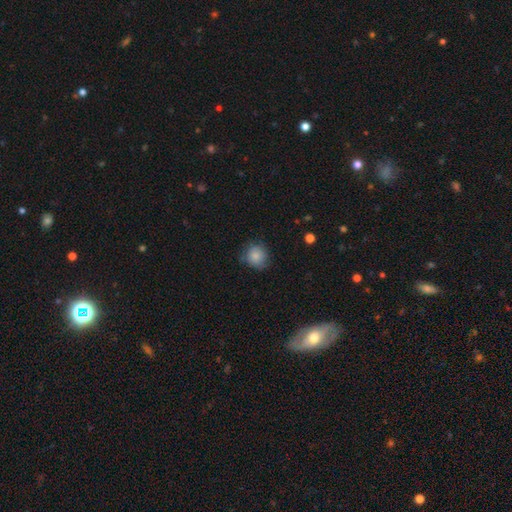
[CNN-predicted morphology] A smooth galaxy with no disk features (83%) that is round (87%). Merging: none (73%).